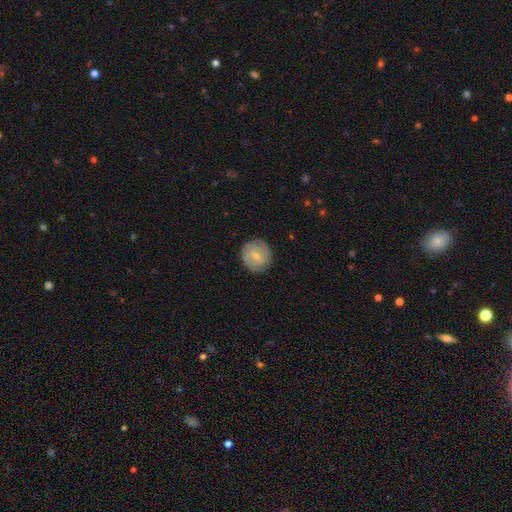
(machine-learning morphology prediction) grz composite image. It shows a smooth galaxy with no disk features (47%). Merging: none (85%).